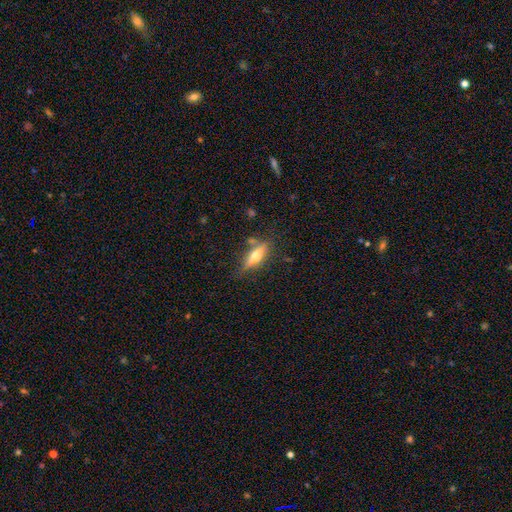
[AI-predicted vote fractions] Q: Smooth or featured?
A: smooth (51%); runner-up: featured or disk (41%)
Q: How rounded?
A: cigar-shaped (52%); runner-up: in between (45%)
Q: Merging?
A: none (71%); runner-up: minor disturbance (17%)